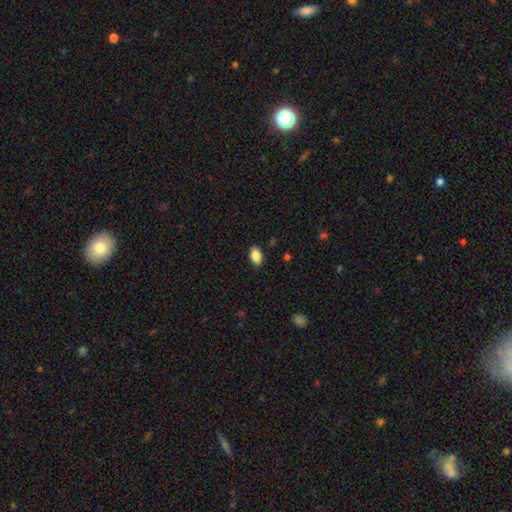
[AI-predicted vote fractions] A smooth galaxy with no disk features (88%) that is in between round and cigar-shaped (91%). Merging: none (87%).